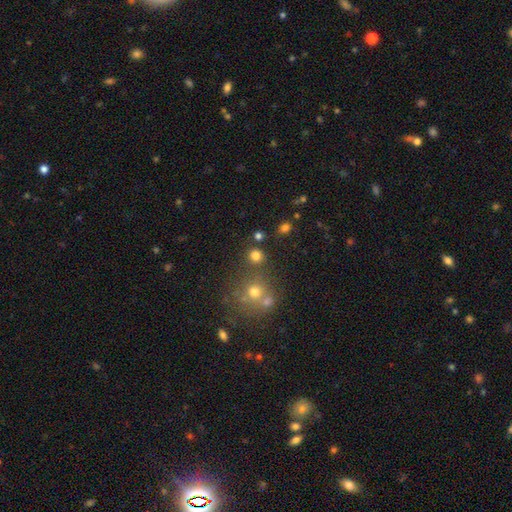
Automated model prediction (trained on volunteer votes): smooth-or-featured: smooth: 76% | star or artifact: 17% | featured or disk: 7%
  how-rounded: round: 90% | in between: 9% | cigar-shaped: 1%
  merging: none: 75% | merger: 13% | minor disturbance: 8% | major disturbance: 4%